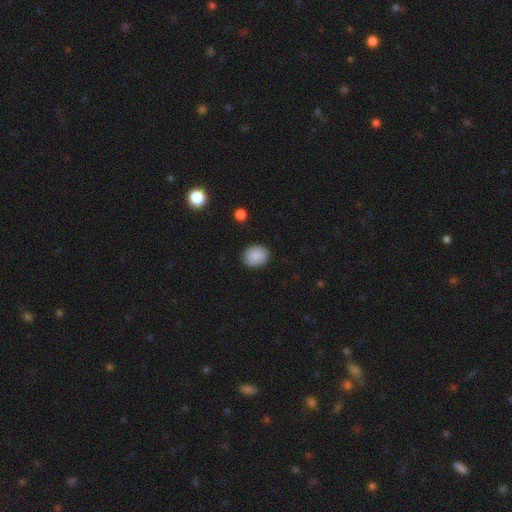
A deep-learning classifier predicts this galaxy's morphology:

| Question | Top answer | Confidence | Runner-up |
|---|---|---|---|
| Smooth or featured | smooth | 89% | star or artifact (7%) |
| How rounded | round | 51% | in between (48%) |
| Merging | none | 87% | minor disturbance (9%) |